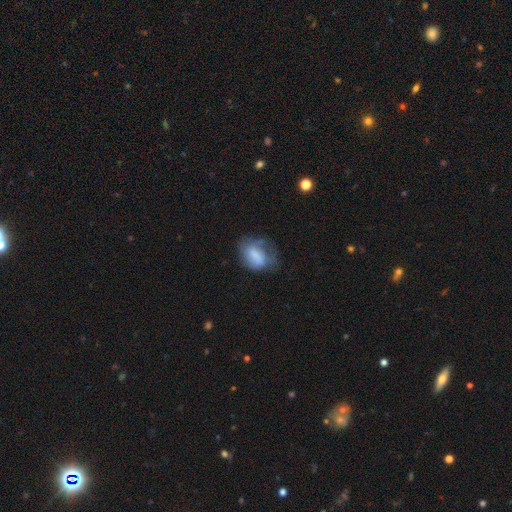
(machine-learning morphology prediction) A smooth galaxy with no disk features (62%) that is in between round and cigar-shaped (79%).

Vote fractions:
- Smooth or featured? smooth: 62% / featured or disk: 29% / star or artifact: 8%
- How rounded? in between: 79% / round: 20% / cigar-shaped: 2%
- Merging? none: 39% / minor disturbance: 33% / major disturbance: 25% / merger: 2%